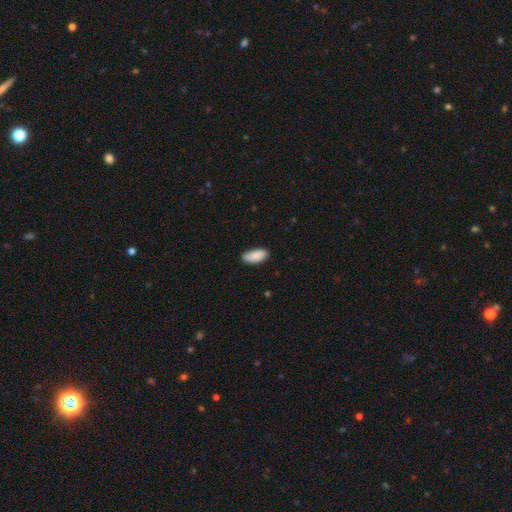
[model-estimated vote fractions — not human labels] smooth_or_featured: smooth (p=0.89) [alt: star or artifact p=0.06]
how_rounded: in between (p=0.90) [alt: cigar-shaped p=0.09]
merging: none (p=0.79) [alt: minor disturbance p=0.17]